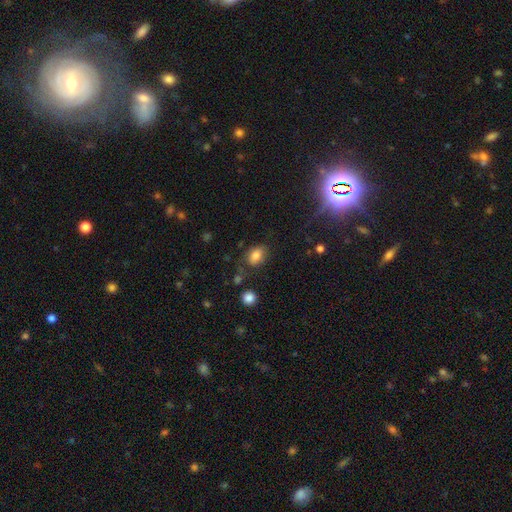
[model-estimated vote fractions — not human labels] Smooth or featured: smooth — 81% (star or artifact — 10%)
How rounded: in between — 77% (round — 22%)
Merging: none — 64% (minor disturbance — 22%)